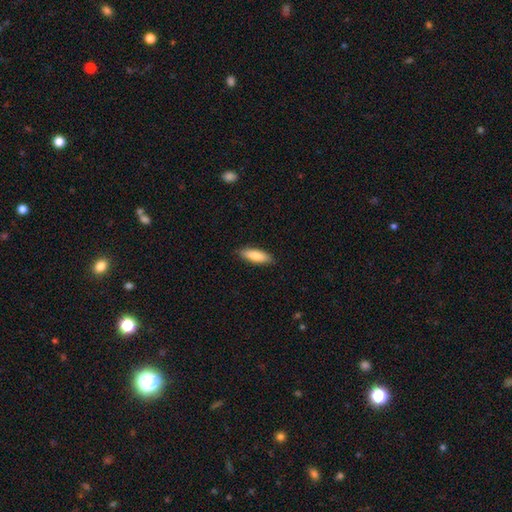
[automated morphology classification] This appears to be a smooth galaxy with no disk features (83%) that is in between round and cigar-shaped (54%). Merging: none (88%).